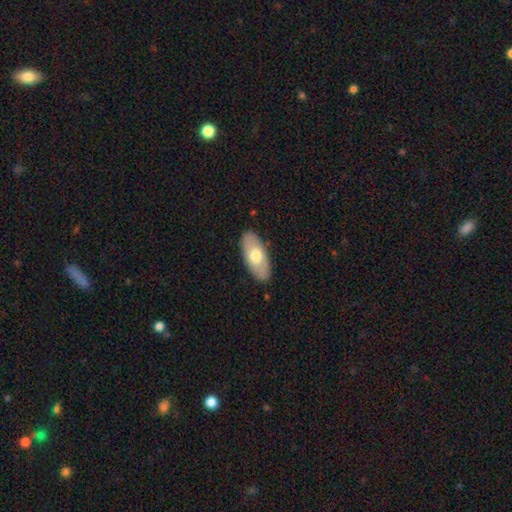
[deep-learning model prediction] Morphology: type=smooth (62%); roundness=in between (90%); merging=none (87%).